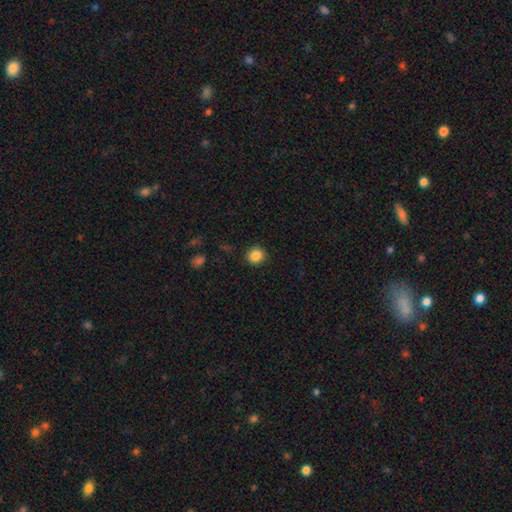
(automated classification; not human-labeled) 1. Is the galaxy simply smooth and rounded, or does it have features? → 86% smooth, 10% star or artifact, 4% featured or disk.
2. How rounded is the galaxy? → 88% round, 11% in between, 1% cigar-shaped.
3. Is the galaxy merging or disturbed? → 91% none, 6% minor disturbance, 2% major disturbance, 1% merger.